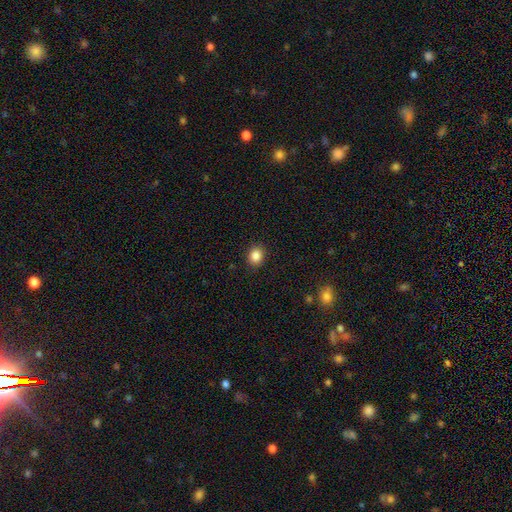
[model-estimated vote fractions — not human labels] Overall: smooth (86%). How rounded: round (65%; in between 34%). Merging: none (89%).